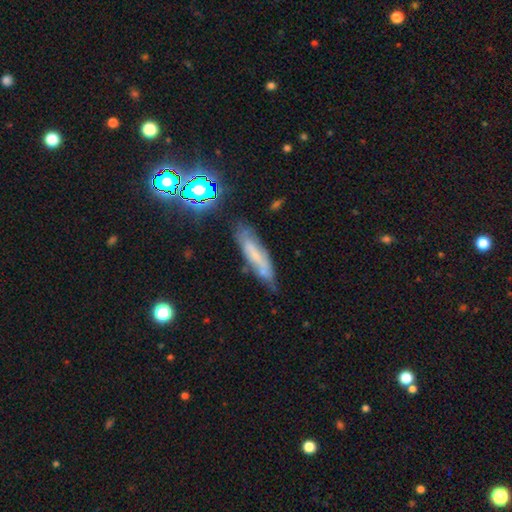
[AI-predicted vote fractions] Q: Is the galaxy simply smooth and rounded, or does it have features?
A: smooth — 45%.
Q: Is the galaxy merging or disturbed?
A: none — 67%.